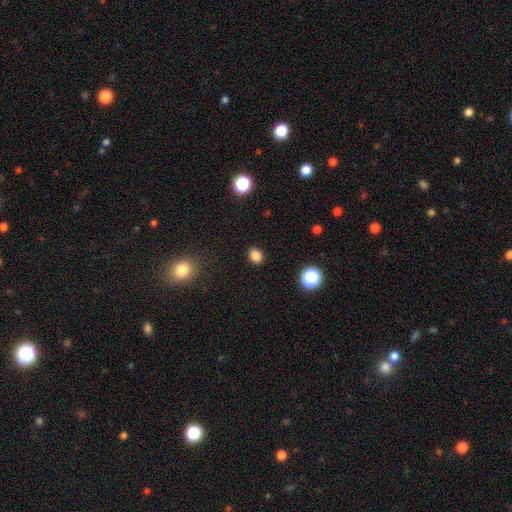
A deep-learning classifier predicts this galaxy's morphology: Smooth or featured?
  - smooth: 83% *
  - star or artifact: 13%
  - featured or disk: 4%
How rounded?
  - round: 50% *
  - in between: 49%
  - cigar-shaped: 1%
Merging?
  - none: 89% *
  - minor disturbance: 7%
  - major disturbance: 2%
  - merger: 1%